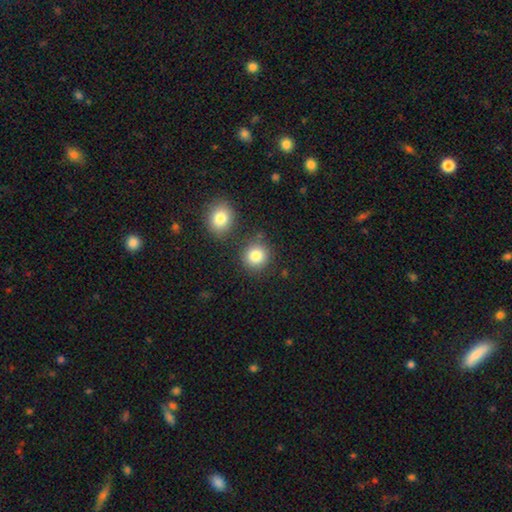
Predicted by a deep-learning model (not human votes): This is clearly a smooth galaxy (84%). How rounded: clearly round (87%). Merging: likely none (78%).